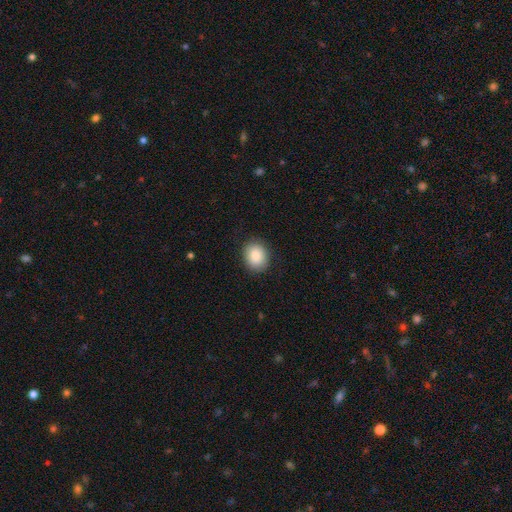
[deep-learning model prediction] The model was most divided on "how rounded": round: 54%, in between: 45%, cigar-shaped: 1%. More confident: merging — none (87%); smooth or featured — smooth (86%).